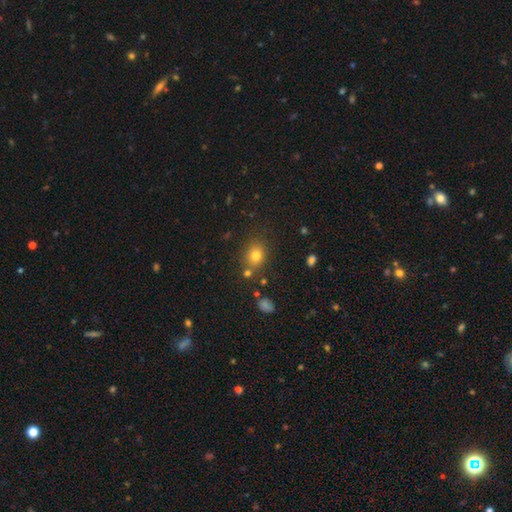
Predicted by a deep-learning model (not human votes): This appears to be a smooth galaxy with no disk features (77%) that is round (59%). Merging: none (75%).